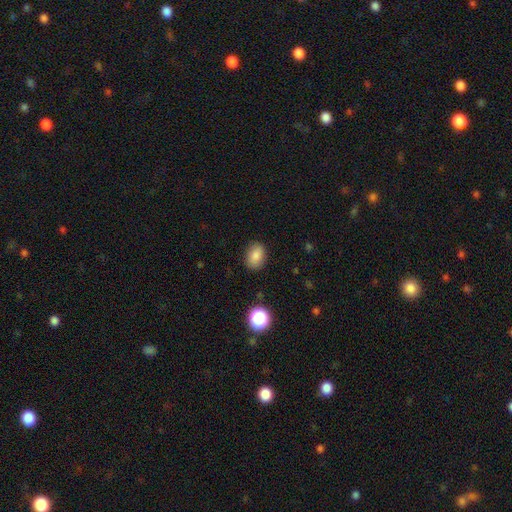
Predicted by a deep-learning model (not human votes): Smooth or featured? smooth (84%)
How rounded? in between (76%)
Merging? none (86%)